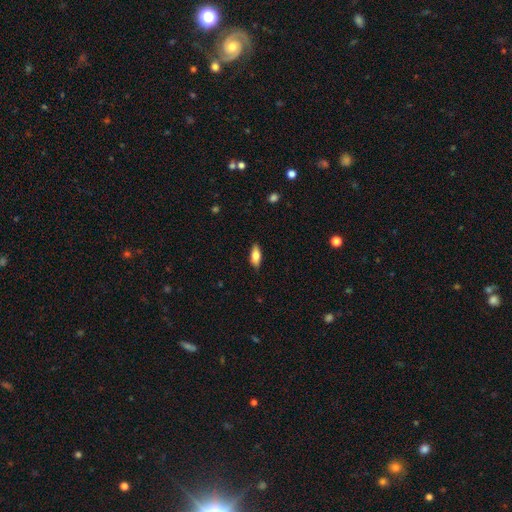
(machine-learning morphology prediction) smooth-or-featured: smooth: 79% | featured or disk: 15% | star or artifact: 6%
  how-rounded: in between: 79% | cigar-shaped: 18% | round: 2%
  merging: none: 87% | minor disturbance: 10% | major disturbance: 2% | merger: 1%